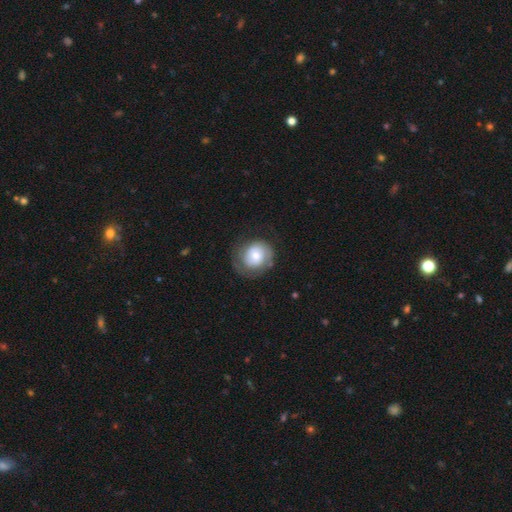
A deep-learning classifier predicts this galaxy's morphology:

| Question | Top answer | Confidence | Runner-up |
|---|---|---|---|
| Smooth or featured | smooth | 48% | featured or disk (45%) |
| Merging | none | 63% | minor disturbance (21%) |